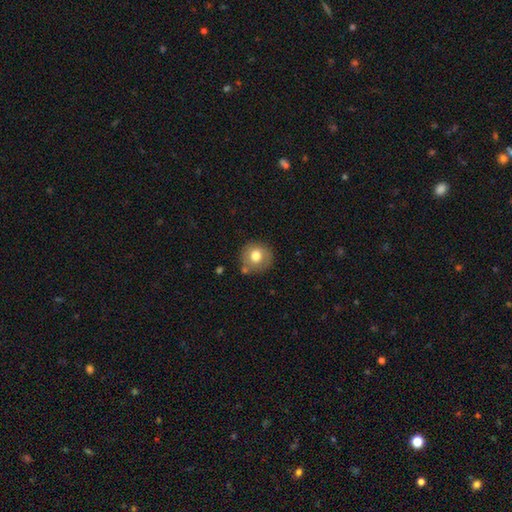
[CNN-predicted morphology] Smooth or featured? Predicted: smooth (p=0.74). How rounded? Predicted: round (p=0.91). Merging? Predicted: none (p=0.77).